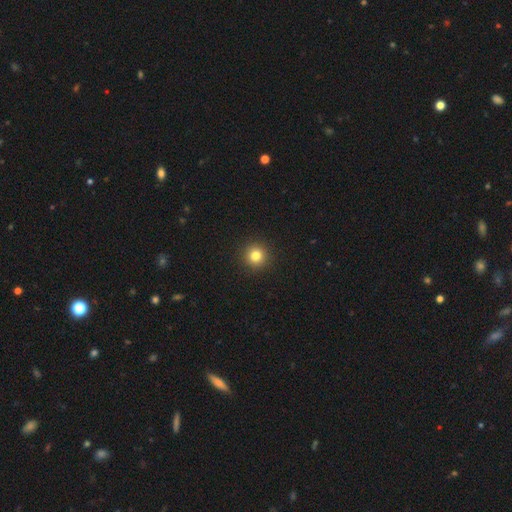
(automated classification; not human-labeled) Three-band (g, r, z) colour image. It shows a smooth galaxy with no disk features (81%) that is round (95%). Merging: none (93%).